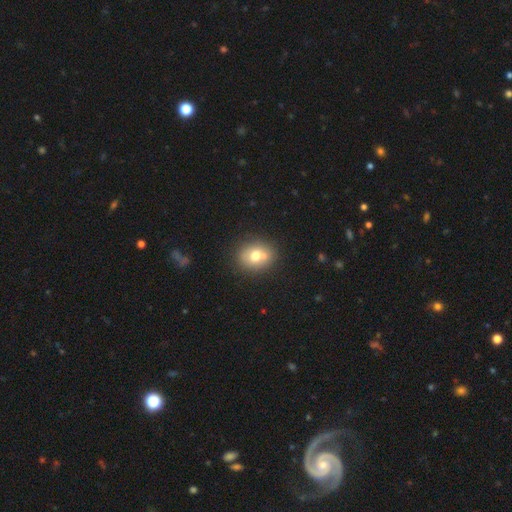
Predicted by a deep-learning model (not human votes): A smooth galaxy with no disk features (68%) that is round (65%). Merging: none (61%).